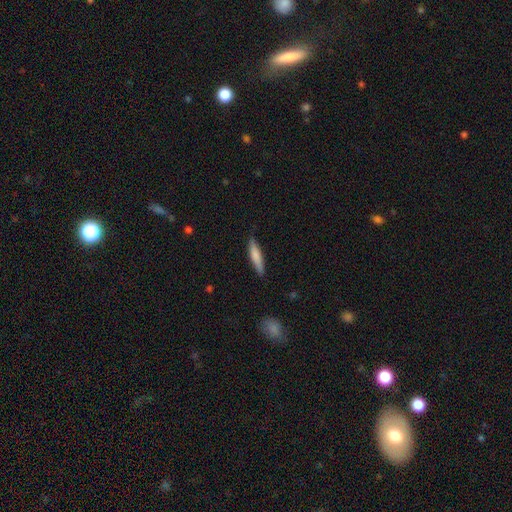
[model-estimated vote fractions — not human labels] Morphology: type=smooth (74%); roundness=cigar-shaped (85%); merging=none (85%).